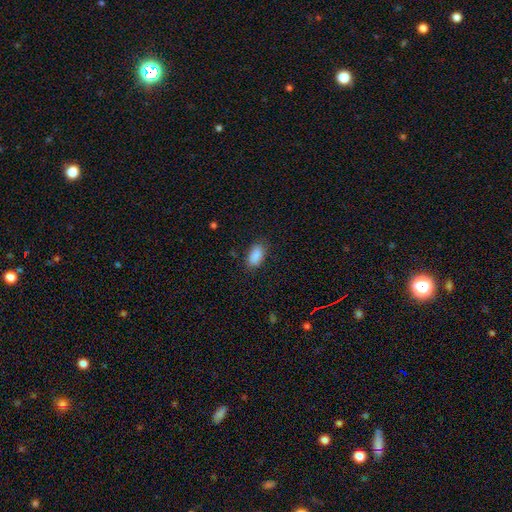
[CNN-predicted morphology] The model was most divided on "merging": none: 84%, minor disturbance: 12%, major disturbance: 3%, merger: 1%. More confident: how rounded — in between (91%); smooth or featured — smooth (89%).